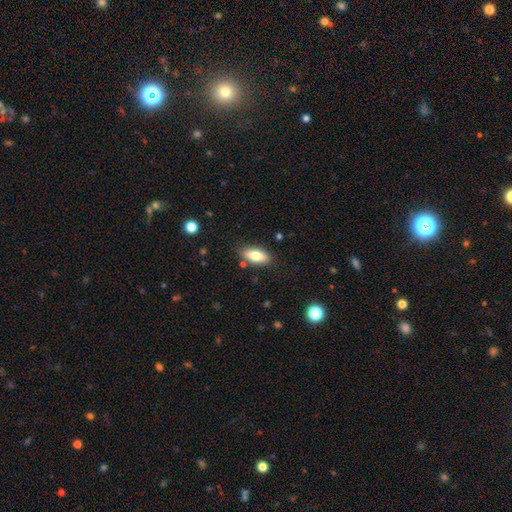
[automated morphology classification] This appears to be a smooth galaxy with no disk features (76%) that is in between round and cigar-shaped (84%). Merging: none (83%).